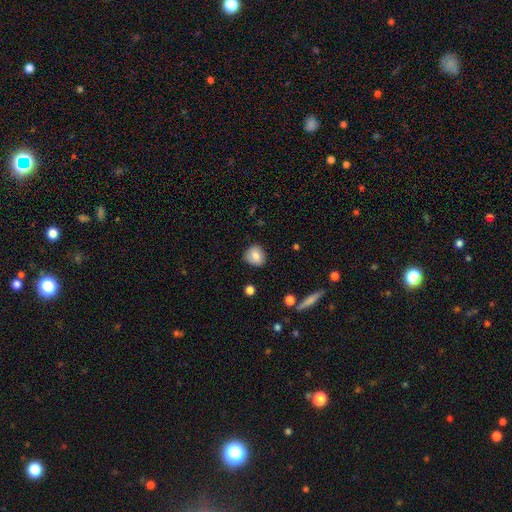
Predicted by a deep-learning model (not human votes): smooth_or_featured: smooth (p=0.81) [alt: featured or disk p=0.10]
how_rounded: round (p=0.79) [alt: in between p=0.20]
merging: none (p=0.85) [alt: minor disturbance p=0.11]